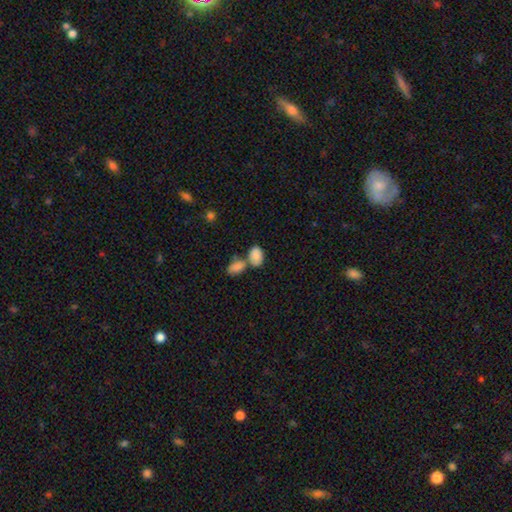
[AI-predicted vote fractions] Smooth or featured?
  - smooth: 83% *
  - featured or disk: 9%
  - star or artifact: 7%
How rounded?
  - in between: 89% *
  - round: 9%
  - cigar-shaped: 1%
Merging?
  - merger: 44% *
  - none: 40%
  - minor disturbance: 12%
  - major disturbance: 4%